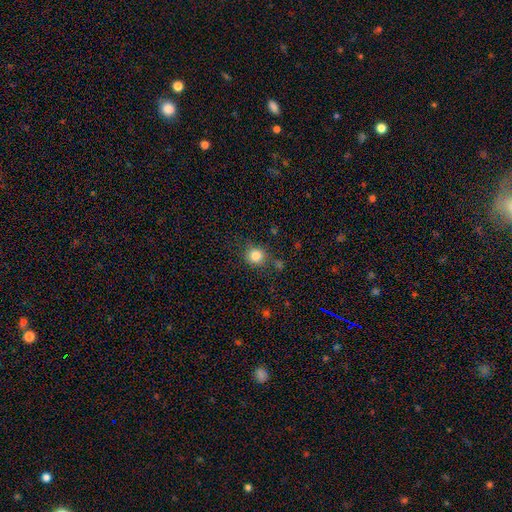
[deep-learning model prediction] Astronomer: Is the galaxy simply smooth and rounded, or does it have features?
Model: smooth — 83%.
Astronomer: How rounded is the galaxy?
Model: round — 88%.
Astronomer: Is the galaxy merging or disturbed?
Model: none — 77%.